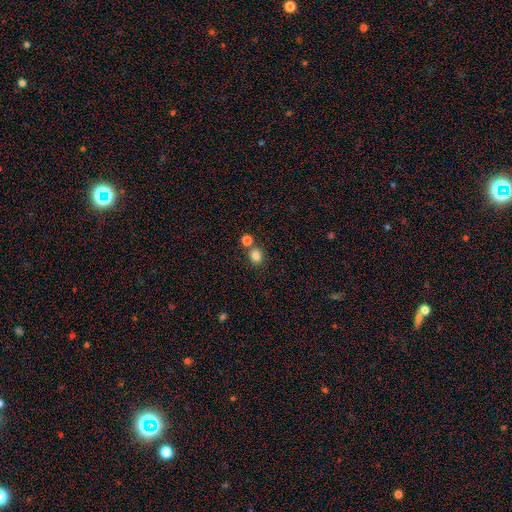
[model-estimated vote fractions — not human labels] Smooth or featured? Predicted: smooth (p=0.83). How rounded? Predicted: round (p=0.75). Merging? Predicted: none (p=0.69).